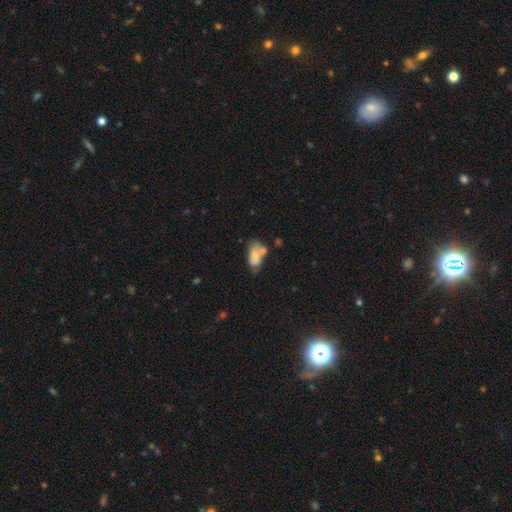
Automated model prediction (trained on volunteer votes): smooth-or-featured: smooth: 64% | featured or disk: 27% | star or artifact: 9%
  how-rounded: in between: 90% | round: 6% | cigar-shaped: 3%
  merging: merger: 34% | none: 31% | minor disturbance: 23% | major disturbance: 13%